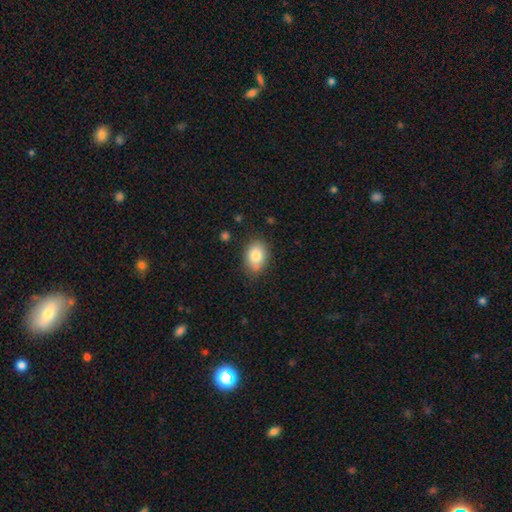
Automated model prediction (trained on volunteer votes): Q: Smooth or featured?
A: smooth (82%); runner-up: featured or disk (10%)
Q: How rounded?
A: in between (80%); runner-up: round (19%)
Q: Merging?
A: none (76%); runner-up: minor disturbance (18%)